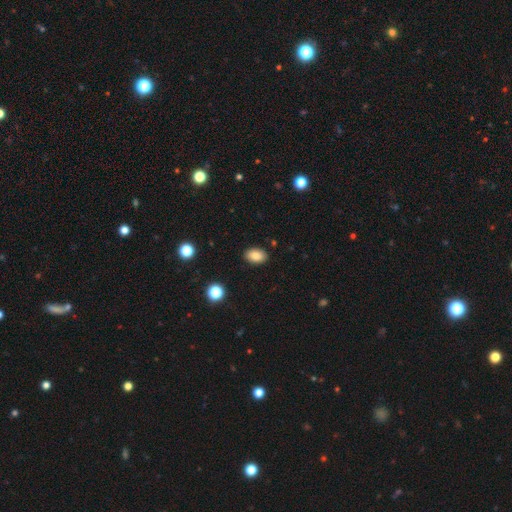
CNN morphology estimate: Overall: smooth (86%). How rounded: in between (88%). Merging: none (89%).